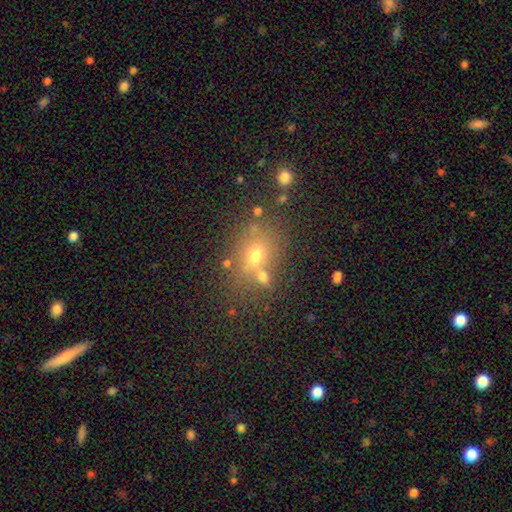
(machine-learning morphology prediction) This is likely a smooth galaxy (60%). How rounded: possibly round (55%). Merging: possibly none (57%).